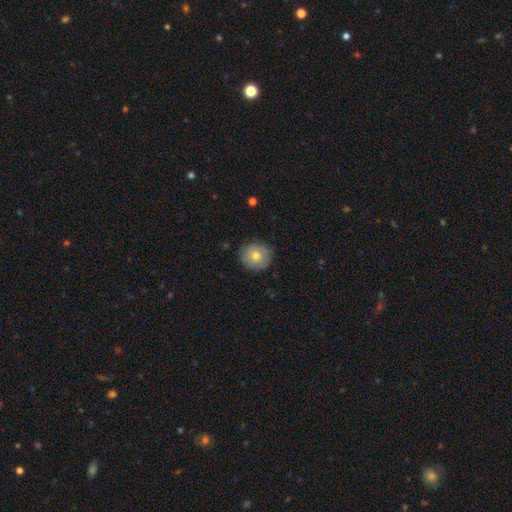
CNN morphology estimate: smooth_or_featured: smooth (p=0.77) [alt: featured or disk p=0.15]
how_rounded: round (p=0.91) [alt: in between p=0.08]
merging: none (p=0.85) [alt: minor disturbance p=0.11]